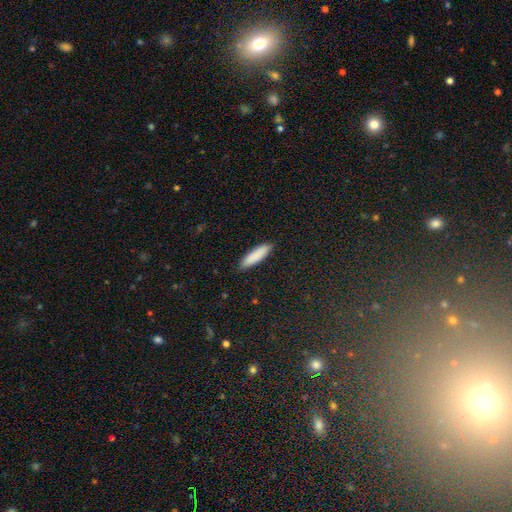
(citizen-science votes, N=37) Overall: smooth (86%). How rounded: cigar-shaped (69%; in between 31%). Merging: none (94%).